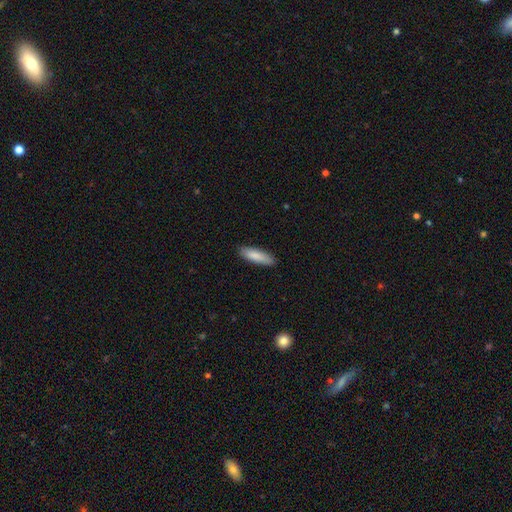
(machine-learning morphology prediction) Smooth or featured? smooth (86%)
How rounded? cigar-shaped (61%)
Merging? none (88%)